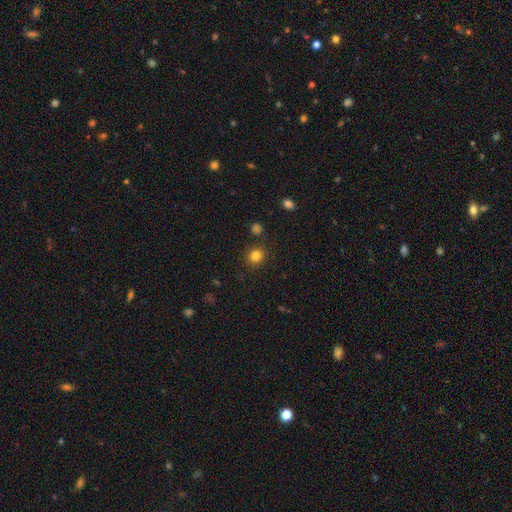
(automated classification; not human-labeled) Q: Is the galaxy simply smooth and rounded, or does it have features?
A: smooth — 82%.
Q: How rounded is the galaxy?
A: round — 83%.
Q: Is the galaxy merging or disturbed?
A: none — 86%.